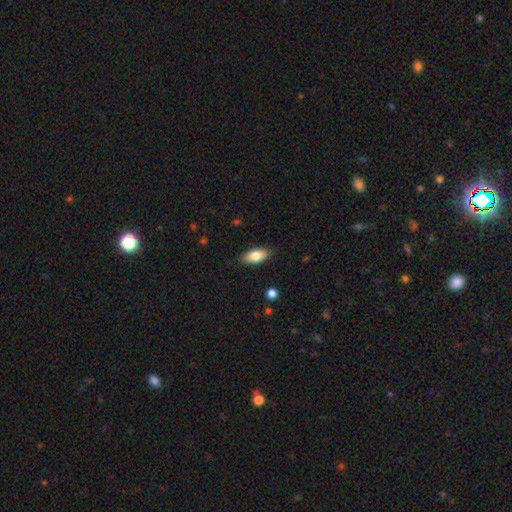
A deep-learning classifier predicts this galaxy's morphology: type=smooth (79%); roundness=in between (88%); merging=none (87%).